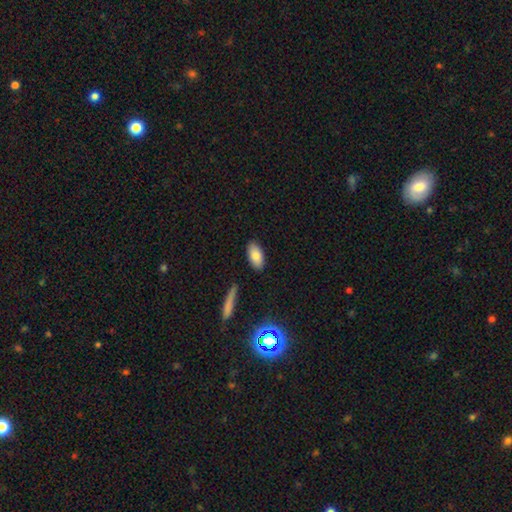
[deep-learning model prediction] Q: Smooth or featured?
A: smooth (83%); runner-up: featured or disk (10%)
Q: How rounded?
A: in between (91%); runner-up: cigar-shaped (6%)
Q: Merging?
A: none (86%); runner-up: minor disturbance (9%)